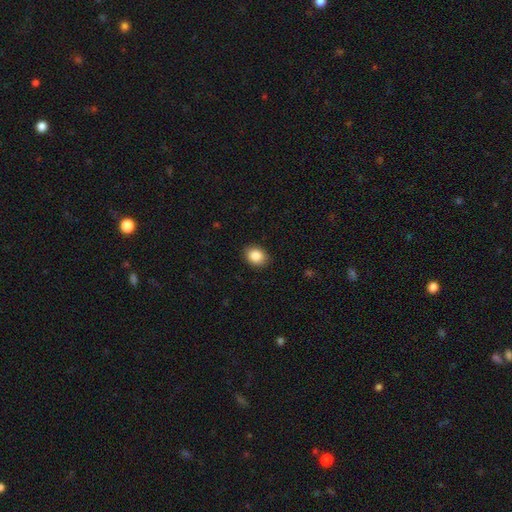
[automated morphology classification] Q: Smooth or featured?
A: smooth (87%); runner-up: star or artifact (9%)
Q: How rounded?
A: in between (58%); runner-up: round (41%)
Q: Merging?
A: none (89%); runner-up: minor disturbance (8%)